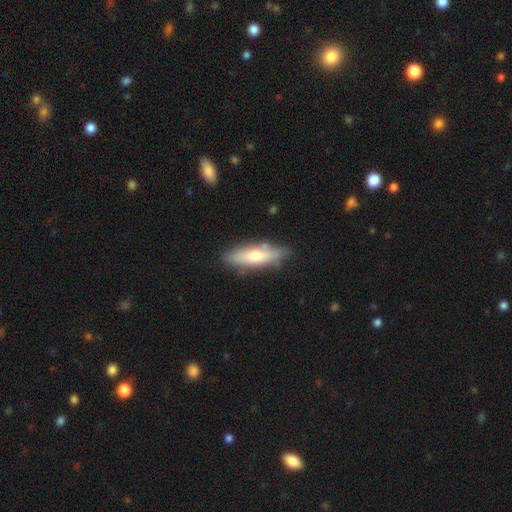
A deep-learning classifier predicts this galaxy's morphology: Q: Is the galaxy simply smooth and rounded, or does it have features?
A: smooth — 57%.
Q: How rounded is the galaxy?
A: cigar-shaped — 58%.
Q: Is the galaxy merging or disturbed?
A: none — 77%.